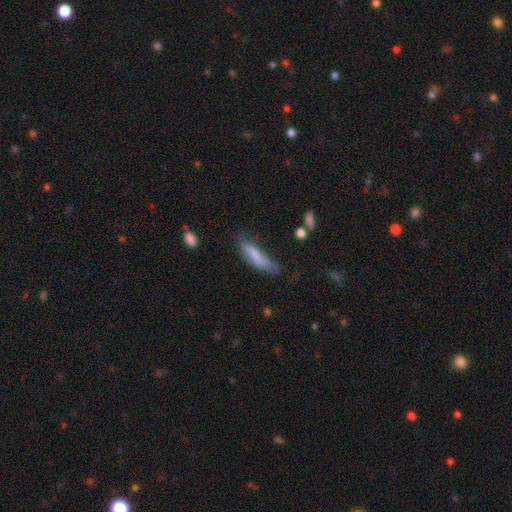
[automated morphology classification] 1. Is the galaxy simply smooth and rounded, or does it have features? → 73% smooth, 20% featured or disk, 7% star or artifact.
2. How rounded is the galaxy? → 73% cigar-shaped, 25% in between, 2% round.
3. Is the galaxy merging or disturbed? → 54% none, 32% minor disturbance, 11% major disturbance, 3% merger.